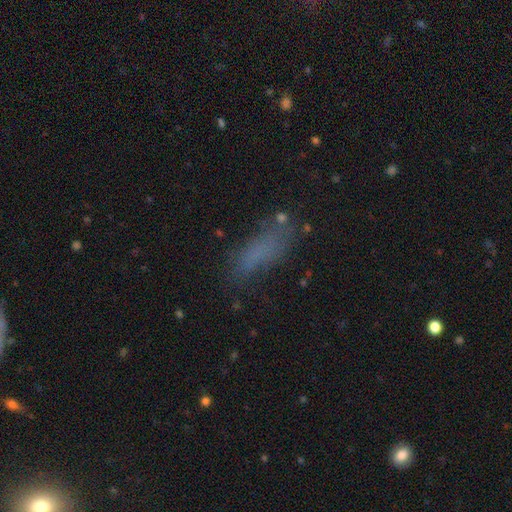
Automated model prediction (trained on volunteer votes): This is likely a smooth galaxy (69%). How rounded: possibly in between (56%). Merging: possibly none (59%).